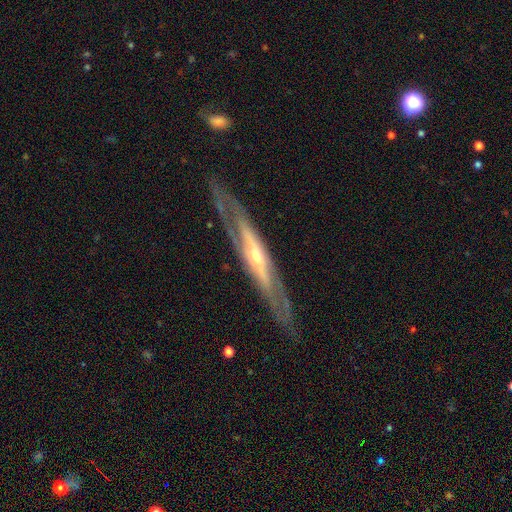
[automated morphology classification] type=featured or disk (81%); edge-on=yes (62%); edge-on bulge=rounded (70%); merging=none (80%).